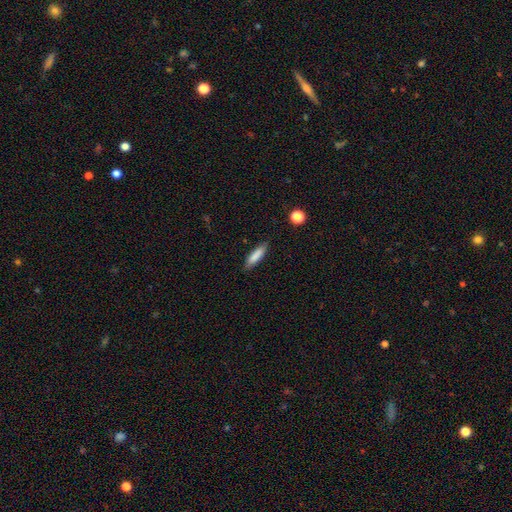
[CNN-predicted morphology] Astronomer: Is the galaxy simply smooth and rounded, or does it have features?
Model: smooth — 83%.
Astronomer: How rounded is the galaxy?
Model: cigar-shaped — 71%.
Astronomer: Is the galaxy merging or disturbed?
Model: none — 85%.